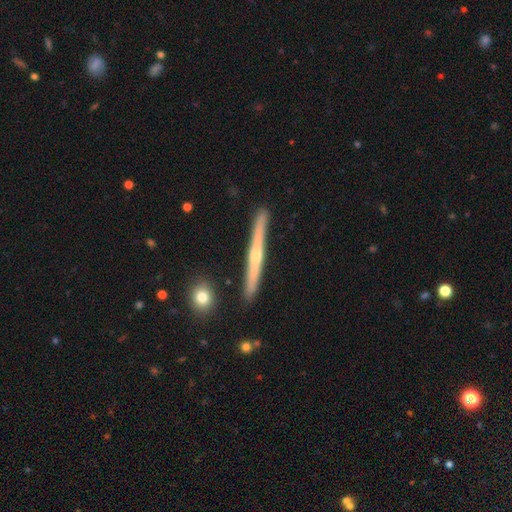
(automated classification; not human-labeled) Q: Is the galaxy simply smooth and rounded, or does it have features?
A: featured or disk — 65%.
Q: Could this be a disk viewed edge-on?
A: yes — 98%.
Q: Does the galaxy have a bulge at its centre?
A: rounded — 64%.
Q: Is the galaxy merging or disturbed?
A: none — 90%.